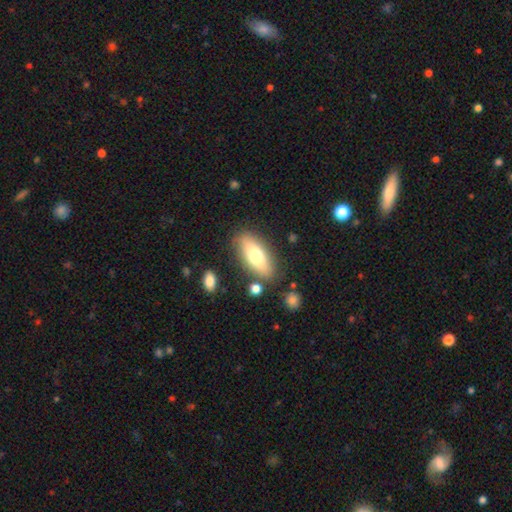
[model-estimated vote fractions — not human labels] The model was most divided on "smooth or featured": smooth: 68%, featured or disk: 25%, star or artifact: 7%. More confident: merging — none (81%); how rounded — in between (71%).